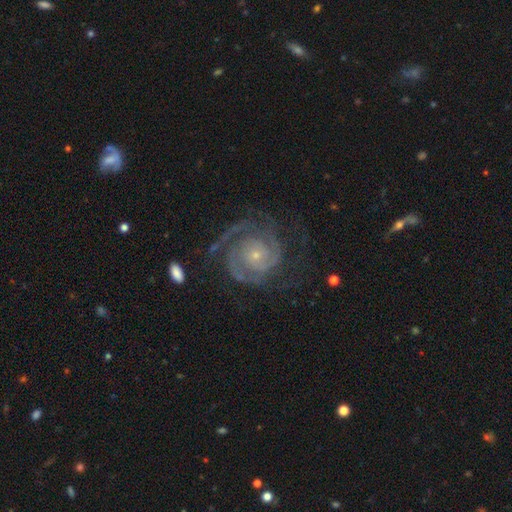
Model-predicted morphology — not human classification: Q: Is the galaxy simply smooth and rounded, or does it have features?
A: featured or disk — 90%.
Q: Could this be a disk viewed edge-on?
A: no — 98%.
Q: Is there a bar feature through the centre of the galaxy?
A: no — 74%.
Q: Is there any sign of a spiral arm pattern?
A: yes — 98%.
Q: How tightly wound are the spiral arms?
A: tight — 68%.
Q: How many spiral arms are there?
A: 2 — 54%.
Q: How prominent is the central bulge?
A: small — 79%.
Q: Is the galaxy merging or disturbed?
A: none — 69%.